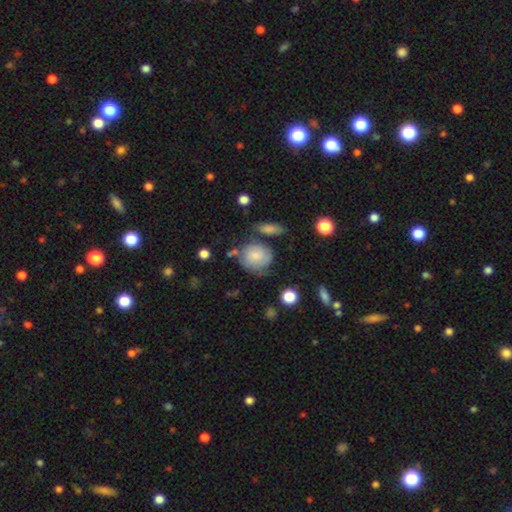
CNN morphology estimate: smooth 62%, featured or disk 30%, star or artifact 8%. Down the decision tree: how rounded — round (71%); merging — none (54%).